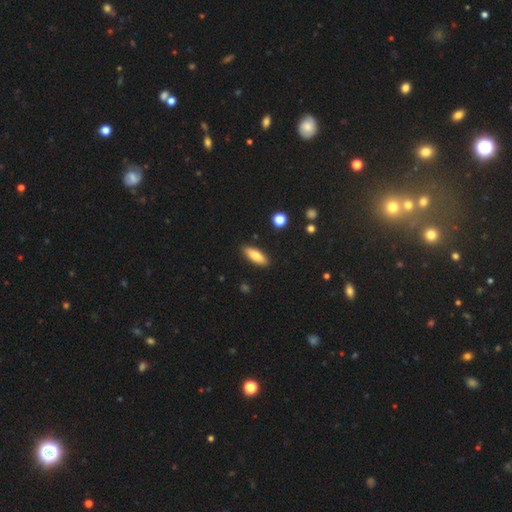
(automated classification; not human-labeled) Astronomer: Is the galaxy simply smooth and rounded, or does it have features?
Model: smooth — 78%.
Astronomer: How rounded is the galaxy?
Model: in between — 65%.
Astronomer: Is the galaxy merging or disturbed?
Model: none — 88%.